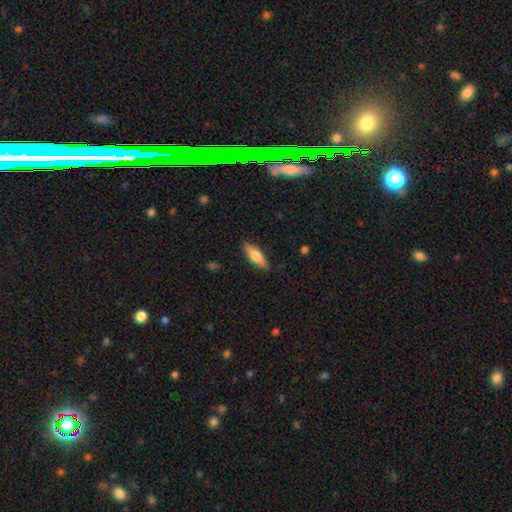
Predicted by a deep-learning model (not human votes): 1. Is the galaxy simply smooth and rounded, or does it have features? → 61% smooth, 33% featured or disk, 6% star or artifact.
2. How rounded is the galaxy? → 50% cigar-shaped, 48% in between, 2% round.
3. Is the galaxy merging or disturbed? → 87% none, 9% minor disturbance, 2% major disturbance, 1% merger.